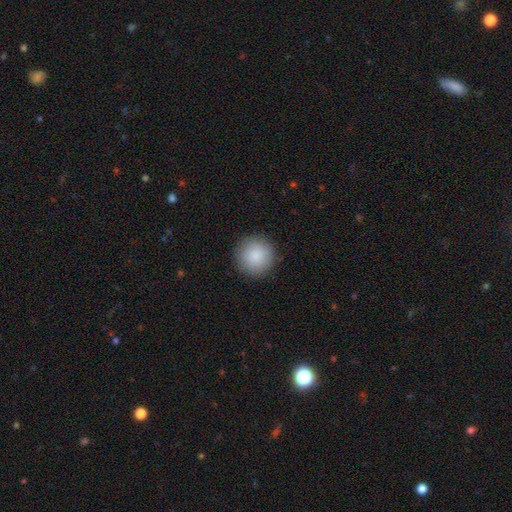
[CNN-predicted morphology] smooth 89%, star or artifact 7%, featured or disk 4%. Down the decision tree: how rounded — round (95%); merging — none (90%).